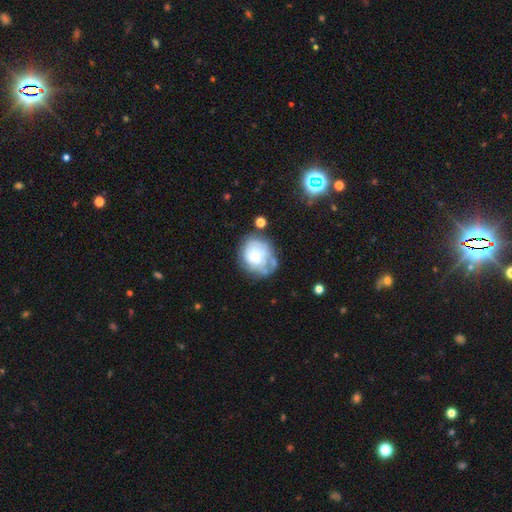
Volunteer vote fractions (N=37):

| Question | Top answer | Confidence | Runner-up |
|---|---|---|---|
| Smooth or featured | smooth | 51% | featured or disk (41%) |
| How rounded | round | 79% | in between (21%) |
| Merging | none | 44% | minor disturbance (32%) |